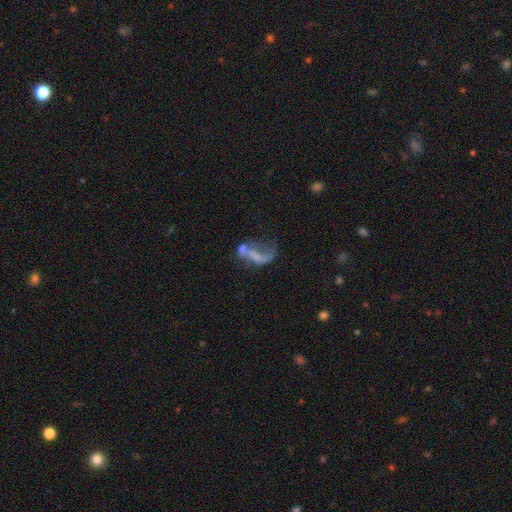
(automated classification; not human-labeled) Morphology: type=featured or disk (57%); edge-on=no (96%); bar=no (61%); spiral arms=no (61%); bulge=none (61%); merging=major disturbance (37%).